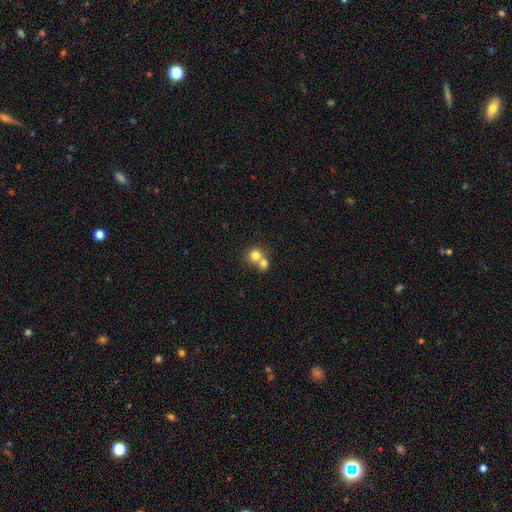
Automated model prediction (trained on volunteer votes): The model was most divided on "merging": merger: 57%, none: 35%, minor disturbance: 5%, major disturbance: 2%. More confident: how rounded — round (85%); smooth or featured — smooth (76%).